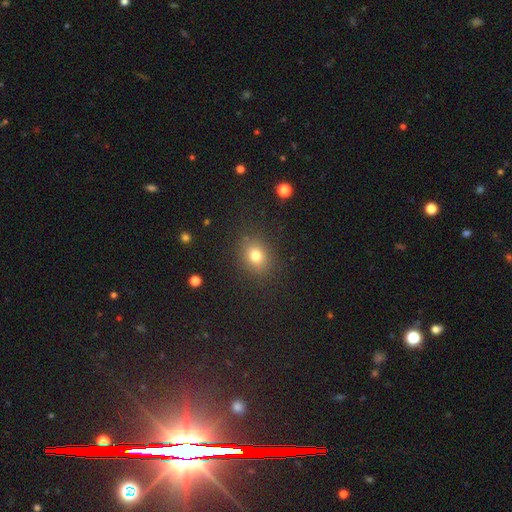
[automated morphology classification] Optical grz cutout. It shows a smooth galaxy with no disk features (78%) that is round (59%). Merging: none (86%).